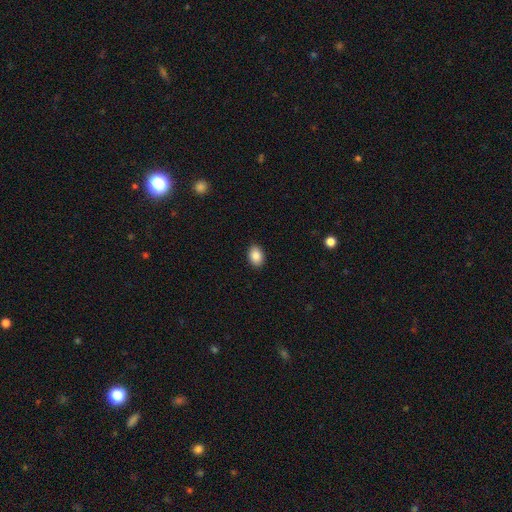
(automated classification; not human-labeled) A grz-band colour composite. It shows a smooth galaxy with no disk features (87%) that is in between round and cigar-shaped (79%). Merging: none (90%).